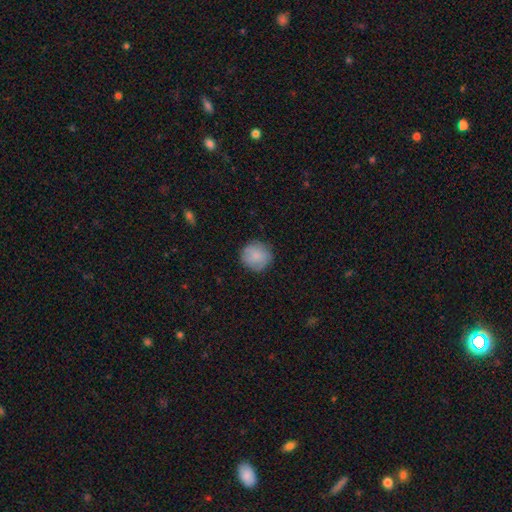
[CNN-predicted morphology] Smooth or featured? smooth (84%)
How rounded? round (94%)
Merging? none (84%)